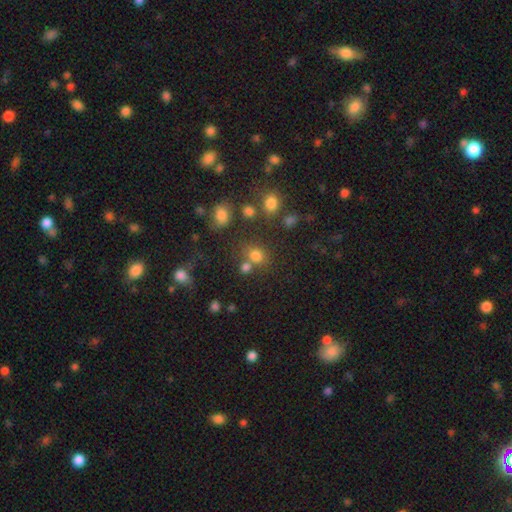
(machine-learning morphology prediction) Smooth or featured: smooth — 74% (star or artifact — 18%)
How rounded: round — 65% (in between — 33%)
Merging: none — 59% (merger — 24%)